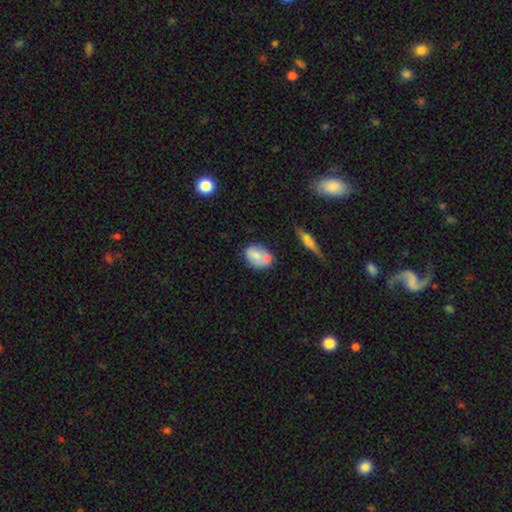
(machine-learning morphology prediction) type=smooth (72%); roundness=in between (80%); merging=none (50%).